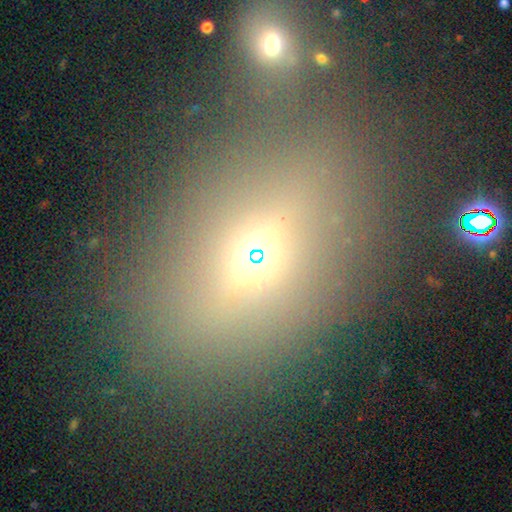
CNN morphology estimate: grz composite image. It shows a smooth galaxy with no disk features (53%) that is in between round and cigar-shaped (71%). Merging: none (70%).